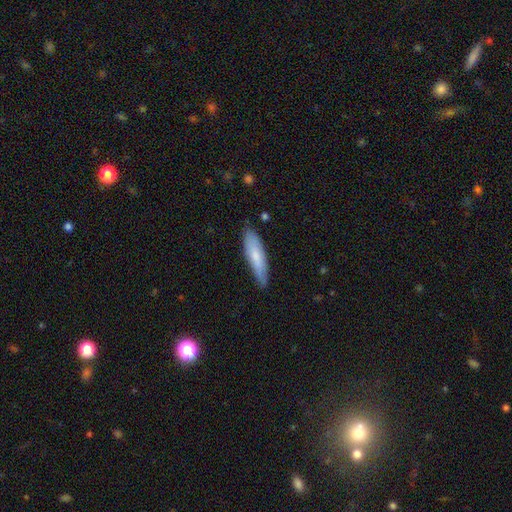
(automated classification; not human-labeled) This is likely a smooth galaxy (72%). How rounded: likely cigar-shaped (70%). Merging: clearly none (80%).